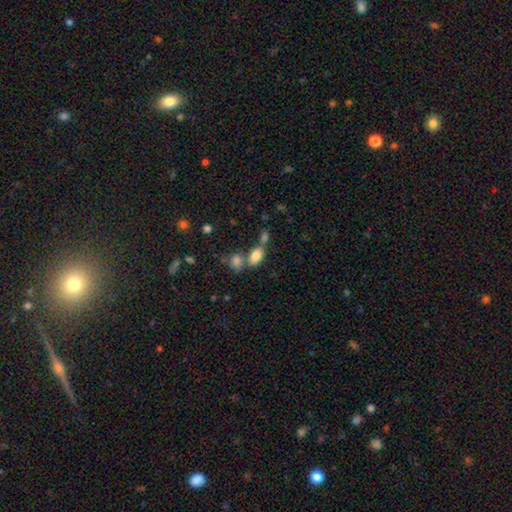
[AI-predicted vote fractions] Smooth or featured? smooth (82%)
How rounded? in between (88%)
Merging? none (48%)